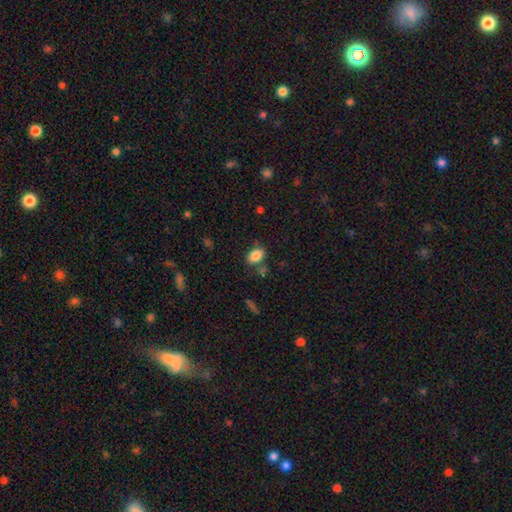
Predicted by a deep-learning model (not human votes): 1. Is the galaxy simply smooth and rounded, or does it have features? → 86% smooth, 9% star or artifact, 6% featured or disk.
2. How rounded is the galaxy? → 86% in between, 12% round, 2% cigar-shaped.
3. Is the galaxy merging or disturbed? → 75% none, 14% minor disturbance, 6% merger, 4% major disturbance.